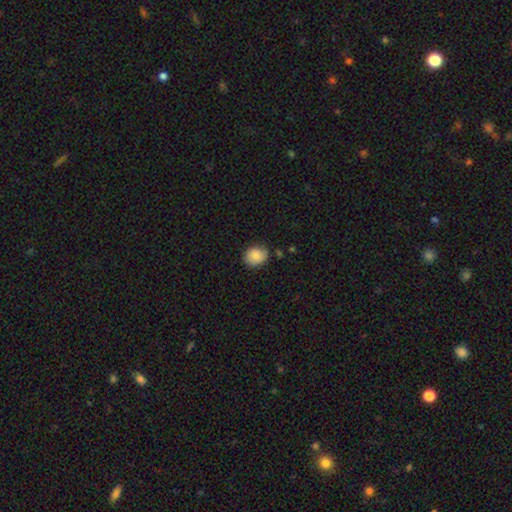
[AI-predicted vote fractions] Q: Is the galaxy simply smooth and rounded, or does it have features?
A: smooth — 82%.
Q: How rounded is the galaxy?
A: round — 55%.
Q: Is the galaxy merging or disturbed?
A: none — 75%.